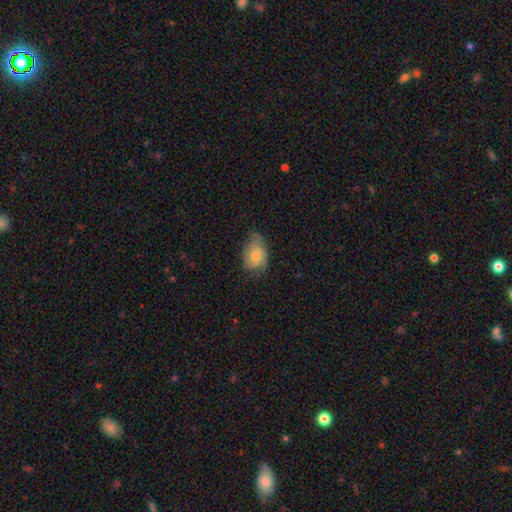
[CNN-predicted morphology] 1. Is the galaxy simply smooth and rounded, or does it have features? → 56% smooth, 36% featured or disk, 8% star or artifact.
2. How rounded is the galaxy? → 77% in between, 21% round, 2% cigar-shaped.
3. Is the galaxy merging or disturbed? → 56% none, 33% minor disturbance, 10% major disturbance, 1% merger.